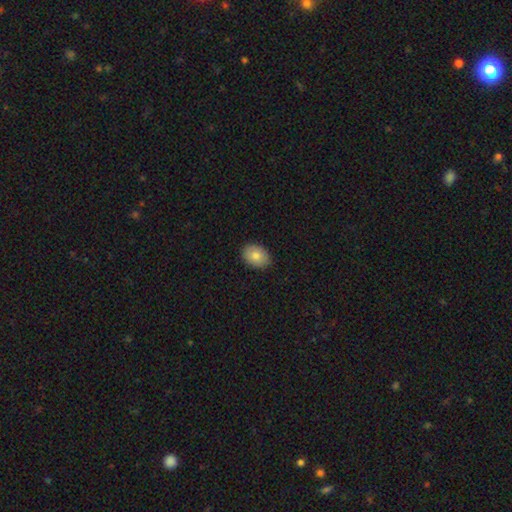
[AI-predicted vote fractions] Overall: smooth (81%). How rounded: in between (71%). Merging: none (87%).